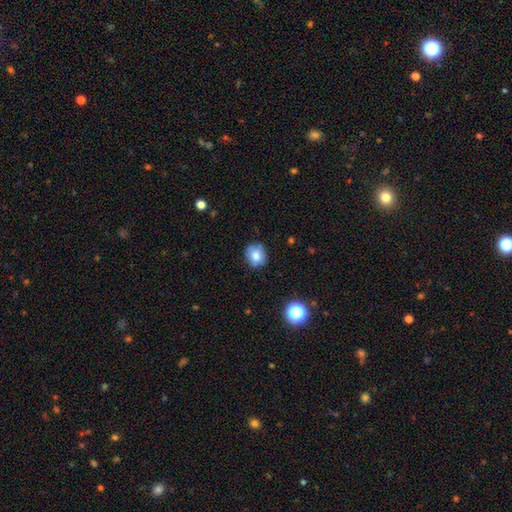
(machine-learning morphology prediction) A smooth galaxy with no disk features (77%) that is round (77%). Merging: none (79%).